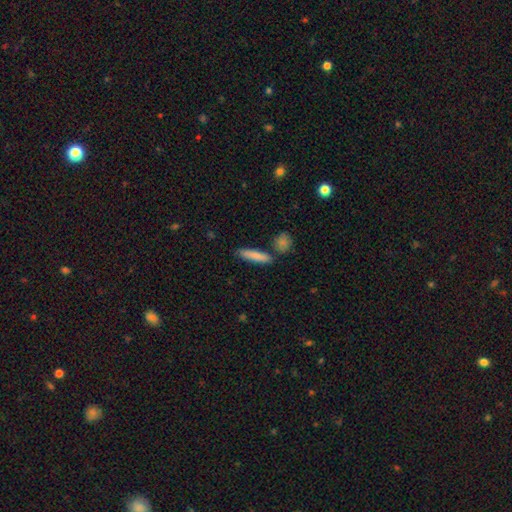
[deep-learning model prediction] smooth_or_featured: smooth (p=0.83) [alt: featured or disk p=0.11]
how_rounded: cigar-shaped (p=0.82) [alt: in between p=0.16]
merging: none (p=0.81) [alt: minor disturbance p=0.10]